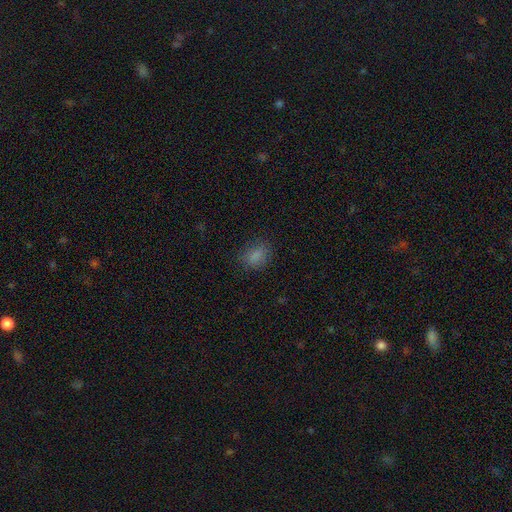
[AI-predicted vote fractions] Overall: smooth (82%). How rounded: in between (71%). Merging: none (79%).